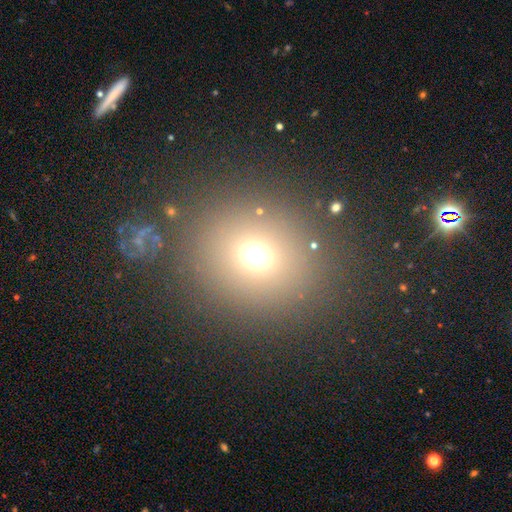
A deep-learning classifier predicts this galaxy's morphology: A smooth galaxy with no disk features (68%) that is round (80%).

Vote fractions:
- Smooth or featured? smooth: 68% / star or artifact: 23% / featured or disk: 10%
- How rounded? round: 80% / in between: 19% / cigar-shaped: 1%
- Merging? none: 82% / minor disturbance: 8% / merger: 5% / major disturbance: 5%